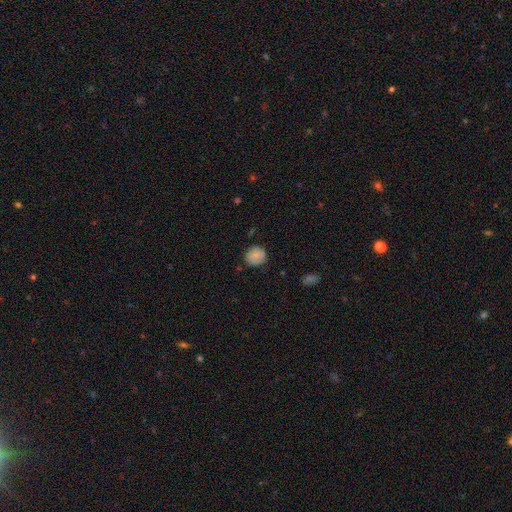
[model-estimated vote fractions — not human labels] Smooth or featured: smooth — 80% (featured or disk — 12%)
How rounded: round — 85% (in between — 14%)
Merging: none — 78% (minor disturbance — 17%)